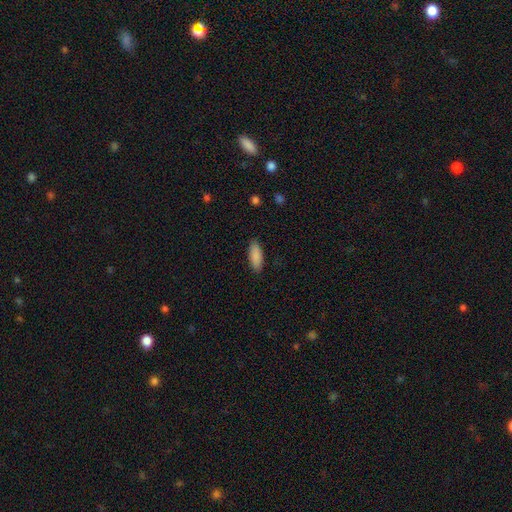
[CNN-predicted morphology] Smooth or featured: smooth — 89% (star or artifact — 6%)
How rounded: in between — 72% (cigar-shaped — 27%)
Merging: none — 87% (minor disturbance — 10%)